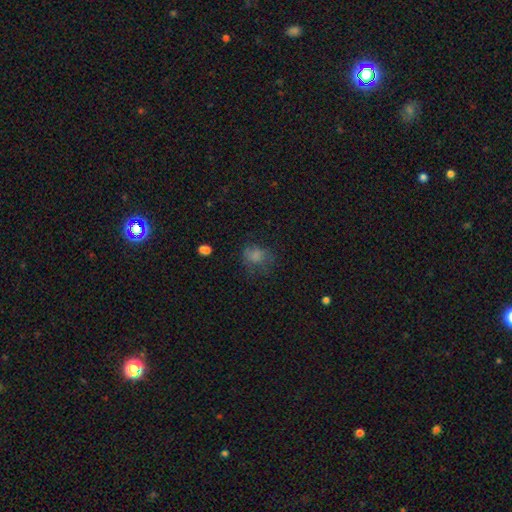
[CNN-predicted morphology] Smooth or featured: smooth — 73% (star or artifact — 14%)
How rounded: round — 57% (in between — 42%)
Merging: none — 52% (minor disturbance — 24%)